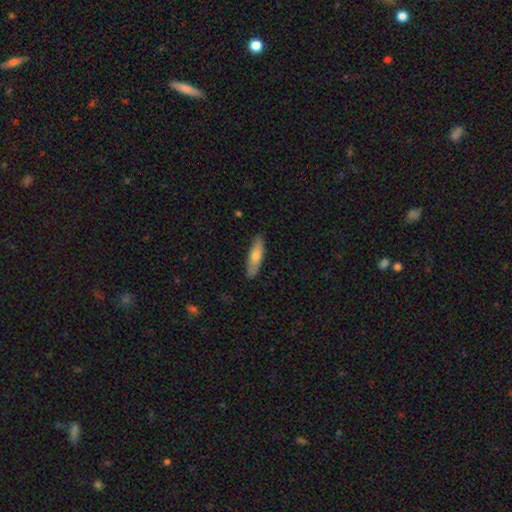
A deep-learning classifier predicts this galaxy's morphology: This is likely a smooth galaxy (64%). How rounded: likely cigar-shaped (69%). Merging: clearly none (88%).